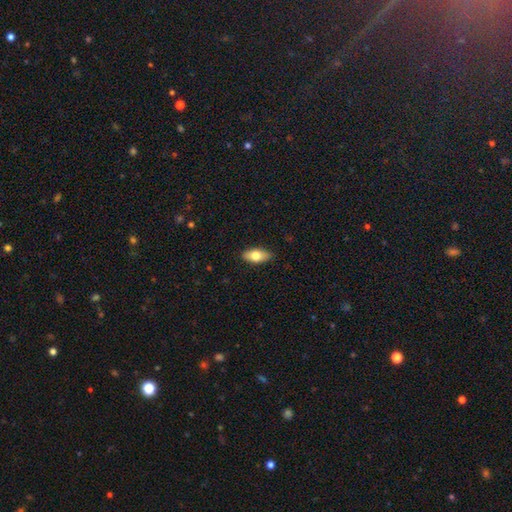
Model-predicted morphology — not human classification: smooth 75%, featured or disk 19%, star or artifact 6%. Down the decision tree: how rounded — in between (88%); merging — none (87%).